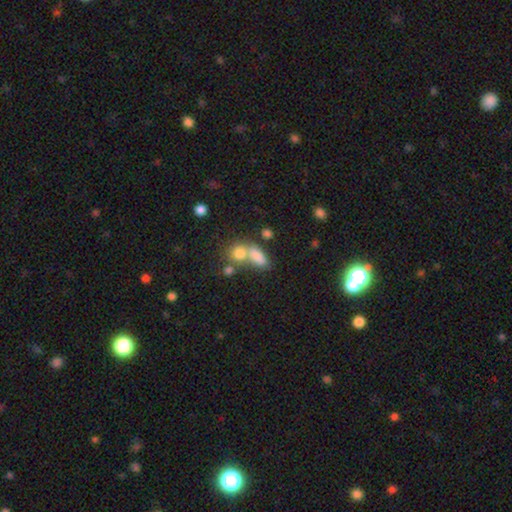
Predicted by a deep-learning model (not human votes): Q: Smooth or featured?
A: smooth (74%); runner-up: star or artifact (14%)
Q: How rounded?
A: in between (68%); runner-up: round (21%)
Q: Merging?
A: merger (45%); runner-up: none (38%)